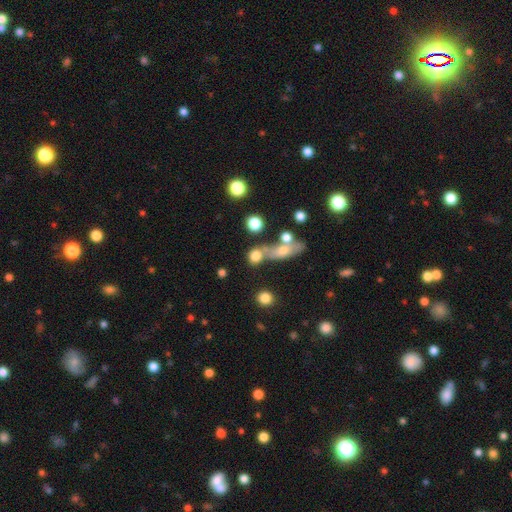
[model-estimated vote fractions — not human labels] Smooth or featured? smooth (72%)
How rounded? round (62%)
Merging? none (46%)